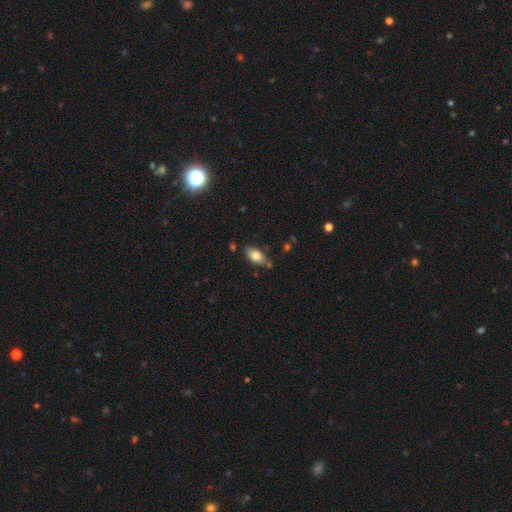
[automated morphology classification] Smooth or featured? smooth (78%)
How rounded? in between (90%)
Merging? none (72%)